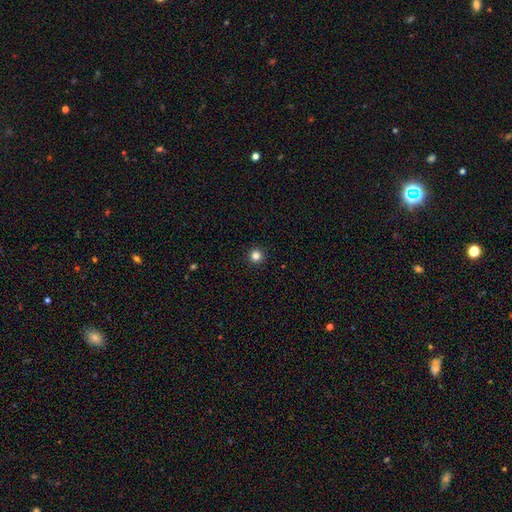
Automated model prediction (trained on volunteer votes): Smooth or featured?
  - smooth: 84% *
  - star or artifact: 13%
  - featured or disk: 4%
How rounded?
  - round: 96% *
  - in between: 3%
  - cigar-shaped: 1%
Merging?
  - none: 94% *
  - minor disturbance: 4%
  - major disturbance: 1%
  - merger: 1%